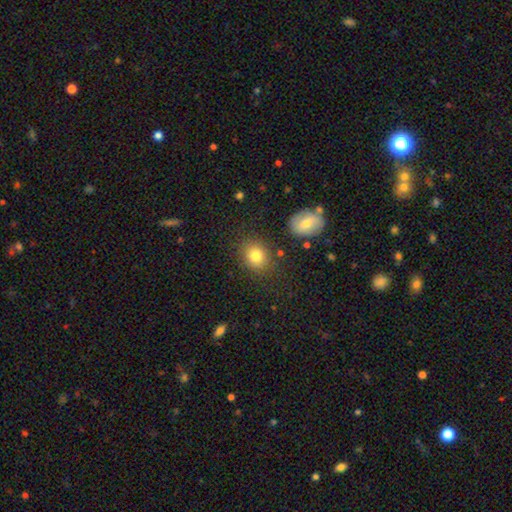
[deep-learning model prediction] Smooth or featured? smooth (81%)
How rounded? round (61%)
Merging? none (82%)